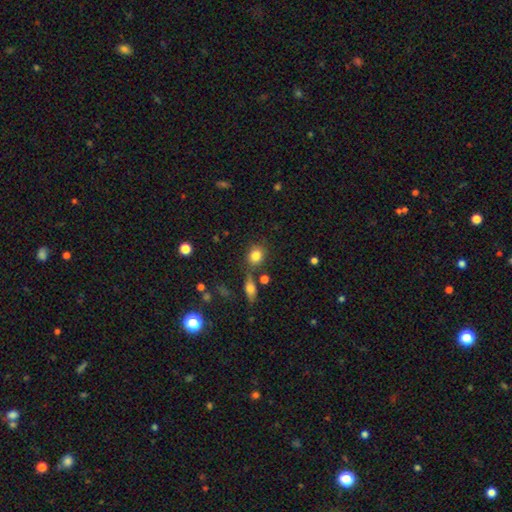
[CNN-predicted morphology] Overall: smooth (82%). How rounded: round (66%; in between 32%). Merging: none (69%).